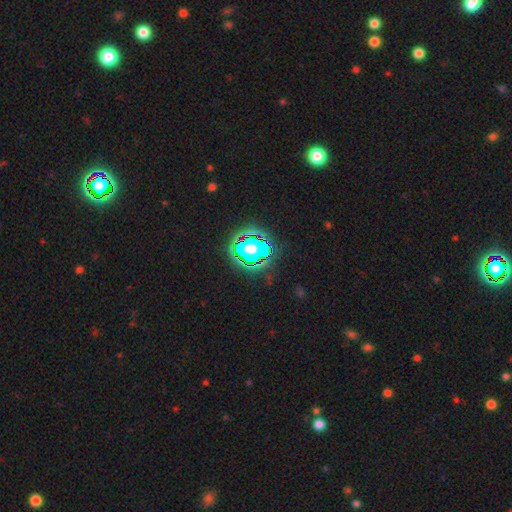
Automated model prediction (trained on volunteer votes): This appears to be a star or artifact, not a galaxy (76%).